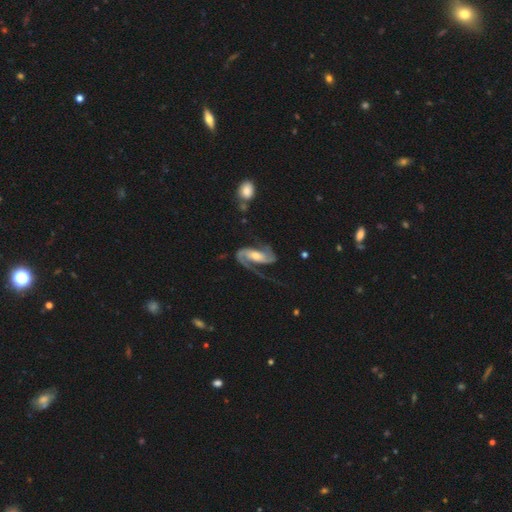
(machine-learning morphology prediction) type=featured or disk (91%); edge-on=no (97%); bar=weak (36%); spiral arms=yes (98%); winding=medium (53%); arm count=2 (89%); bulge=moderate (56%); merging=none (60%).